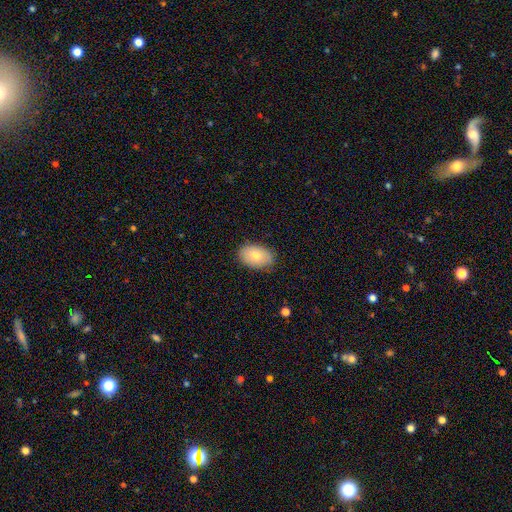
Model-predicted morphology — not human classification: type=smooth (78%); roundness=in between (90%); merging=none (84%).